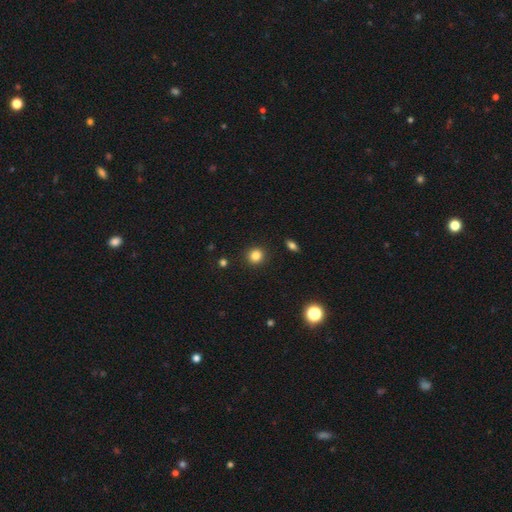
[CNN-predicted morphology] type=smooth (83%); roundness=round (90%); merging=none (91%).